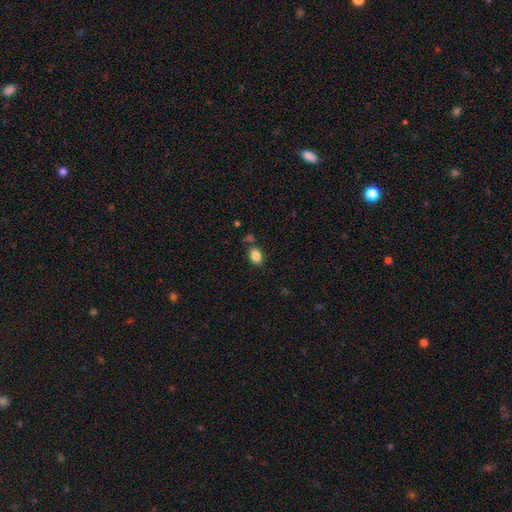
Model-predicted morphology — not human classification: A smooth galaxy with no disk features (85%) that is in between round and cigar-shaped (65%). Merging: none (77%).